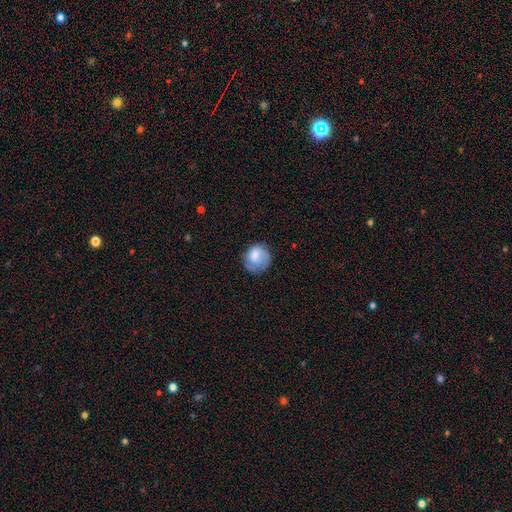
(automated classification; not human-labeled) smooth 67%, featured or disk 25%, star or artifact 8%. Down the decision tree: how rounded — round (77%); merging — none (58%).